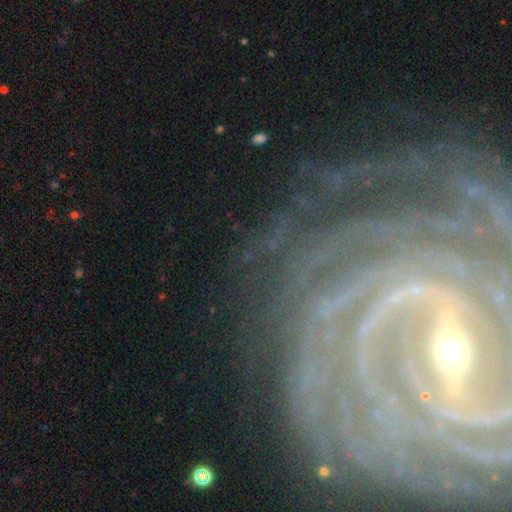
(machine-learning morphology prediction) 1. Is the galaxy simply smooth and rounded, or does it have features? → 87% featured or disk, 8% star or artifact, 5% smooth.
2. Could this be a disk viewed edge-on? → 95% no, 5% yes.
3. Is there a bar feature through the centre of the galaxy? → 60% strong, 24% weak, 16% no.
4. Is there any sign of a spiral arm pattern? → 95% yes, 5% no.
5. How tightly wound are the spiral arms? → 78% tight, 17% medium, 5% loose.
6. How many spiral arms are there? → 24% more than 4 (tied), 24% can't tell (tied), 16% 4, 14% 2, 13% 3, 10% 1.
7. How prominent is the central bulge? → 65% small, 28% moderate, 3% large, 2% none, 1% dominant.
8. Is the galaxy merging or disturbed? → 76% none, 13% minor disturbance, 8% major disturbance, 2% merger.